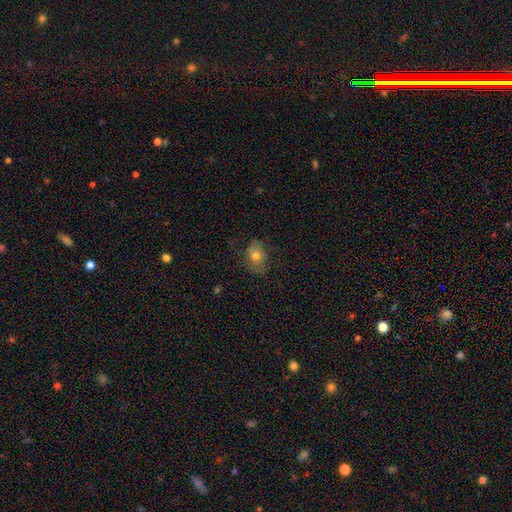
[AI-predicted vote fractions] Smooth or featured?
  - smooth: 69% *
  - featured or disk: 21%
  - star or artifact: 10%
How rounded?
  - in between: 65% *
  - round: 33%
  - cigar-shaped: 1%
Merging?
  - none: 65% *
  - minor disturbance: 23%
  - major disturbance: 10%
  - merger: 1%